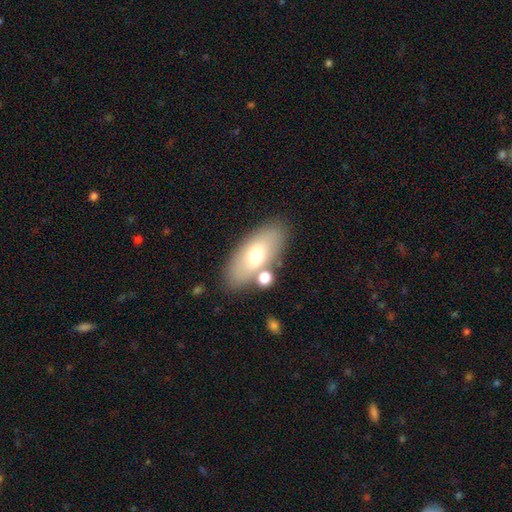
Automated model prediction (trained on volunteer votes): This appears to be a smooth galaxy with no disk features (65%) that is in between round and cigar-shaped (86%). Merging: none (74%).